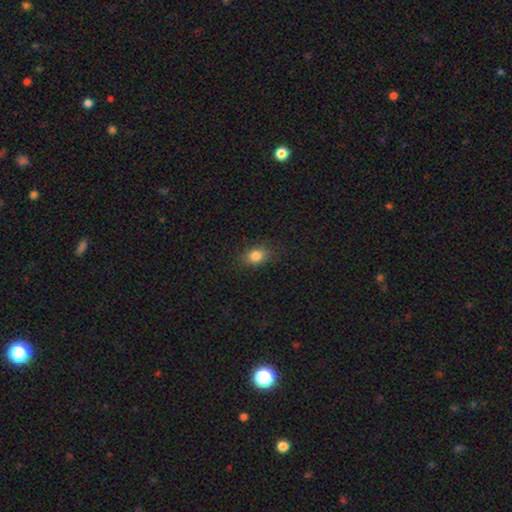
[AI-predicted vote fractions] smooth_or_featured: smooth (p=0.83) [alt: star or artifact p=0.11]
how_rounded: in between (p=0.61) [alt: round p=0.37]
merging: none (p=0.84) [alt: minor disturbance p=0.12]